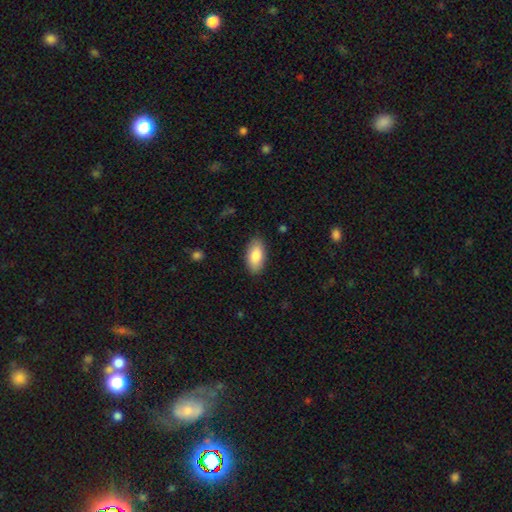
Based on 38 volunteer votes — This is clearly a smooth galaxy (89%). How rounded: clearly in between (88%). Merging: clearly none (84%).